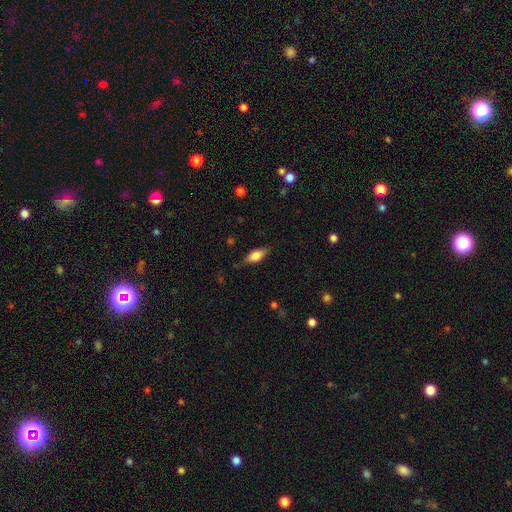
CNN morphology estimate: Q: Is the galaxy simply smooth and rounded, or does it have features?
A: smooth — 66%.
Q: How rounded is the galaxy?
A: in between — 78%.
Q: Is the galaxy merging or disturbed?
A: none — 76%.